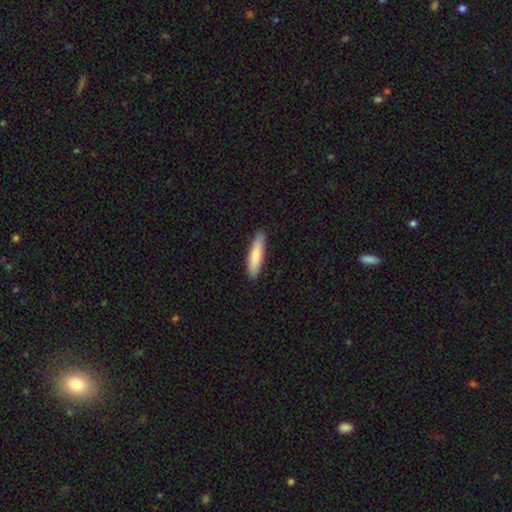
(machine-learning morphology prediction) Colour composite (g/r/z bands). It shows a smooth galaxy with no disk features (79%) that is cigar-shaped (79%). Merging: none (89%).